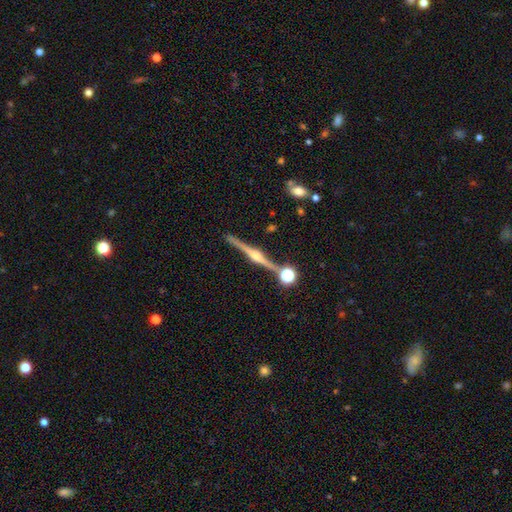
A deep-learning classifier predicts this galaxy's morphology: Smooth or featured?
  - featured or disk: 87% *
  - smooth: 7%
  - star or artifact: 6%
Edge-on disk?
  - yes: 98% *
  - no: 2%
Edge-on bulge?
  - rounded: 94% *
  - boxy: 3%
  - none: 2%
Merging?
  - none: 86% *
  - minor disturbance: 7%
  - merger: 5%
  - major disturbance: 2%